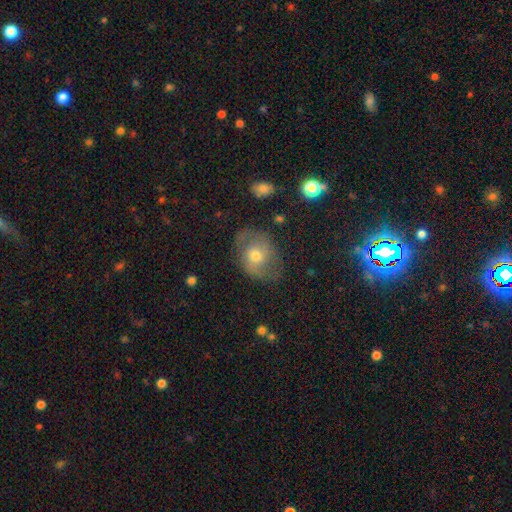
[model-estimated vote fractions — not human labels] featured or disk 47%, smooth 43%, star or artifact 10%. Down the decision tree: merging — none (66%).